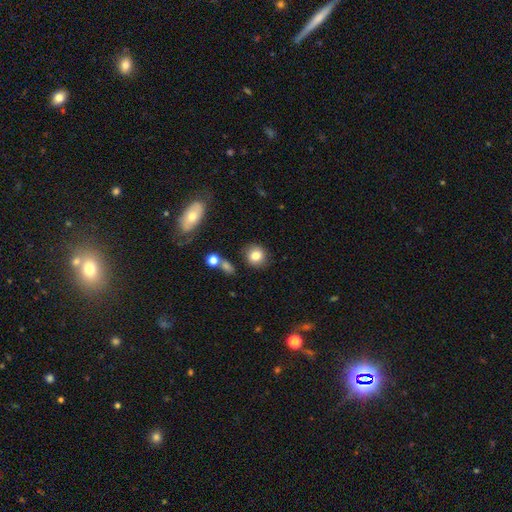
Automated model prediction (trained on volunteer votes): smooth 81%, star or artifact 10%, featured or disk 9%. Down the decision tree: how rounded — round (87%); merging — none (84%).